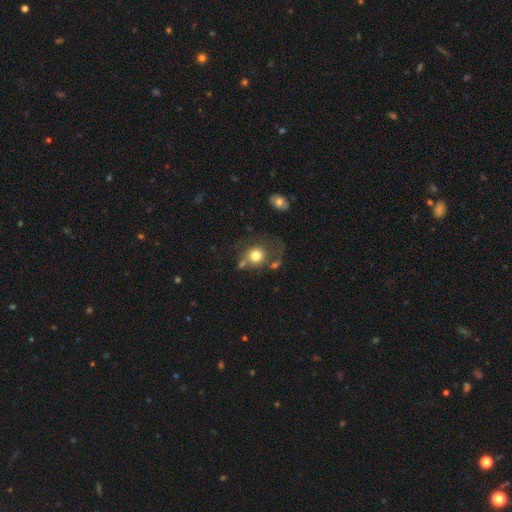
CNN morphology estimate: Smooth or featured? smooth (76%)
How rounded? round (79%)
Merging? none (47%)